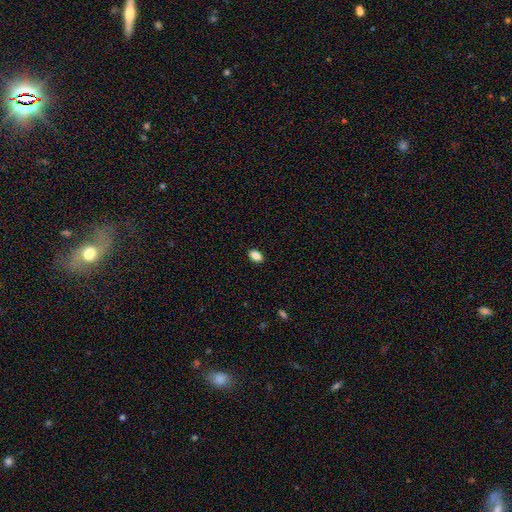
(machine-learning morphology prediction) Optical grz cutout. It shows a smooth galaxy with no disk features (86%) that is in between round and cigar-shaped (87%). Merging: none (90%).